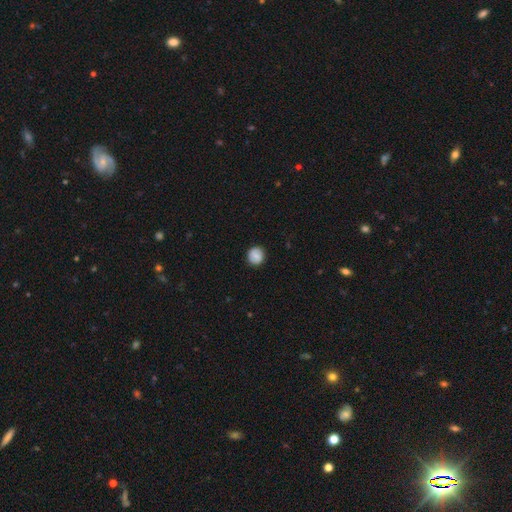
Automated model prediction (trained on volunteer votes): Q: Smooth or featured?
A: smooth (77%); runner-up: featured or disk (15%)
Q: How rounded?
A: round (90%); runner-up: in between (9%)
Q: Merging?
A: none (87%); runner-up: minor disturbance (10%)